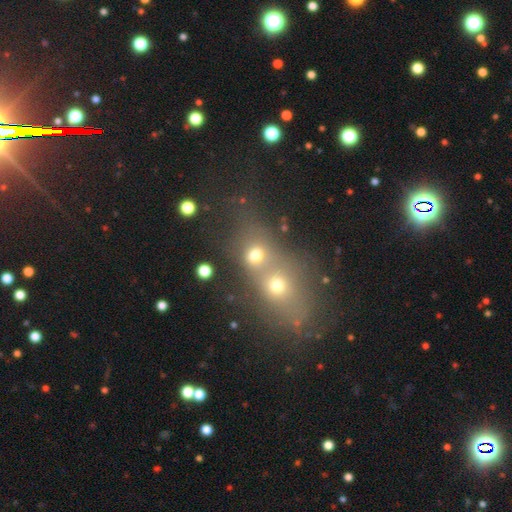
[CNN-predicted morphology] Overall: smooth (64%). How rounded: round (62%; in between 35%). Merging: merger (66%).